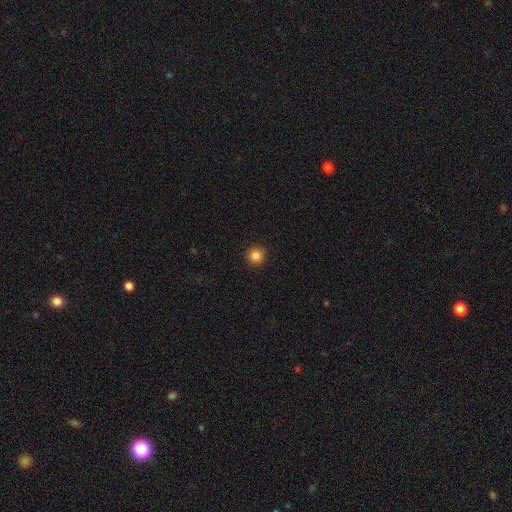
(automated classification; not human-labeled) This appears to be a smooth galaxy with no disk features (86%) that is round (95%). Merging: none (92%).